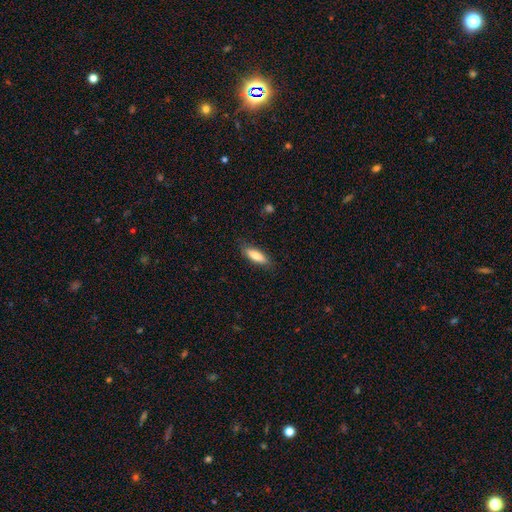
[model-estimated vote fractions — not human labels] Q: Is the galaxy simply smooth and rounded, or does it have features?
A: smooth — 79%.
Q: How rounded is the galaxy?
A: cigar-shaped — 50%.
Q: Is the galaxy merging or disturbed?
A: none — 84%.